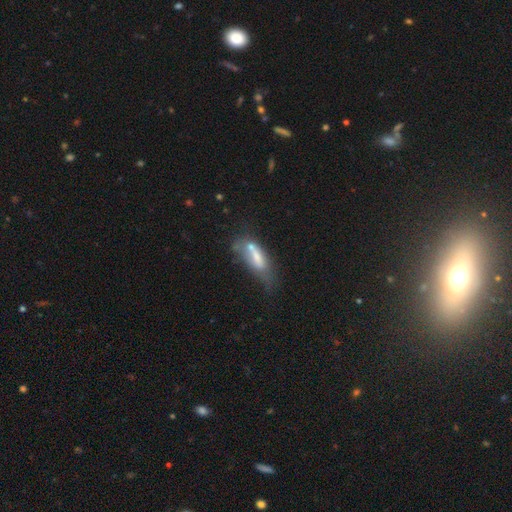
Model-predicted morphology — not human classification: This is possibly a smooth galaxy (55%). How rounded: possibly in between (56%). Merging: marginally none (30%).